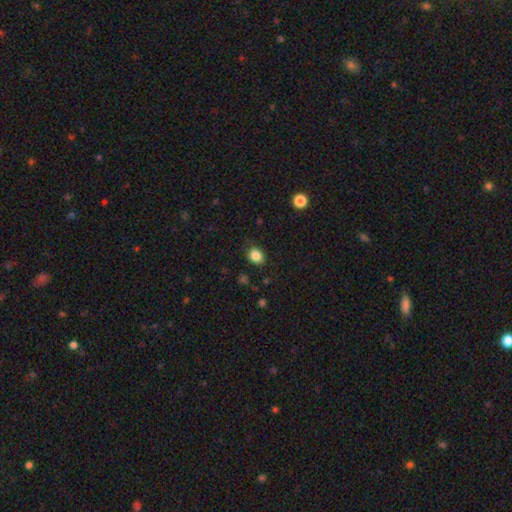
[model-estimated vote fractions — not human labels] The model was most divided on "how rounded": round: 52%, in between: 47%, cigar-shaped: 1%. More confident: smooth or featured — smooth (85%); merging — none (84%).